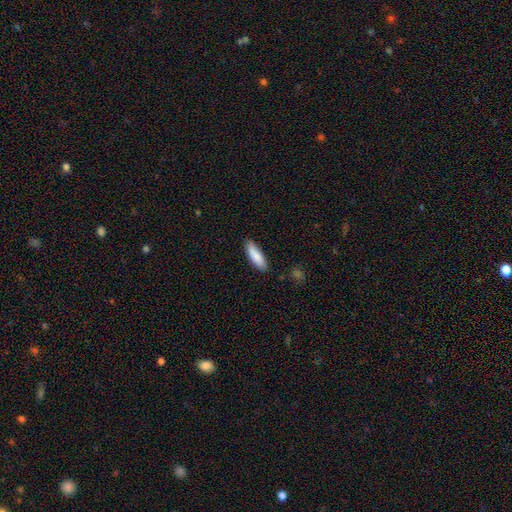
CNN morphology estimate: Smooth or featured? smooth (87%)
How rounded? in between (54%)
Merging? none (84%)